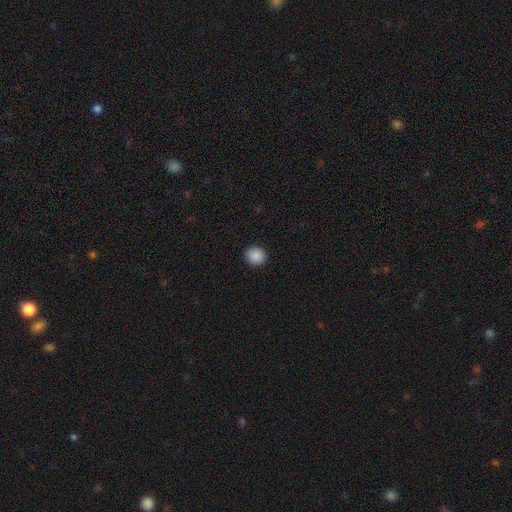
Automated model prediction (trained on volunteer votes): Smooth or featured?
  - smooth: 89% *
  - star or artifact: 9%
  - featured or disk: 3%
How rounded?
  - round: 86% *
  - in between: 13%
  - cigar-shaped: 1%
Merging?
  - none: 91% *
  - minor disturbance: 6%
  - major disturbance: 2%
  - merger: 1%